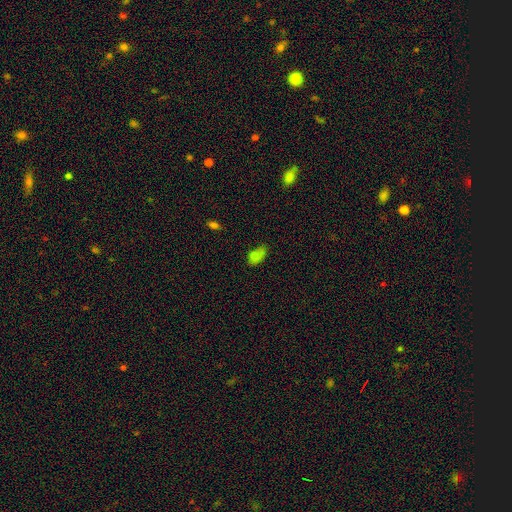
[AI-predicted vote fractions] Smooth or featured? smooth (74%)
How rounded? in between (91%)
Merging? none (53%)